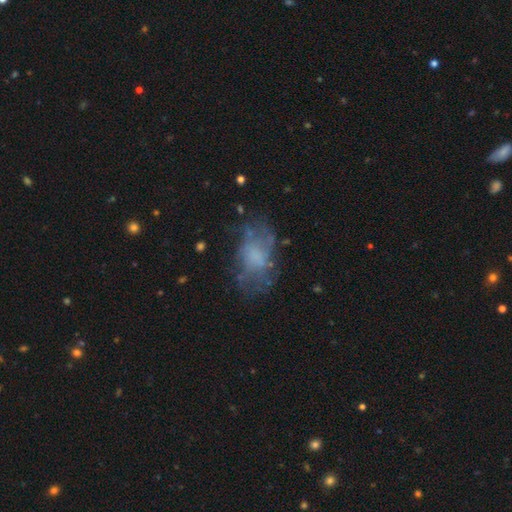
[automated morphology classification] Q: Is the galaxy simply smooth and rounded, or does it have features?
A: featured or disk — 46%.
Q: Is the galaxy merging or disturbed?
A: none — 54%.